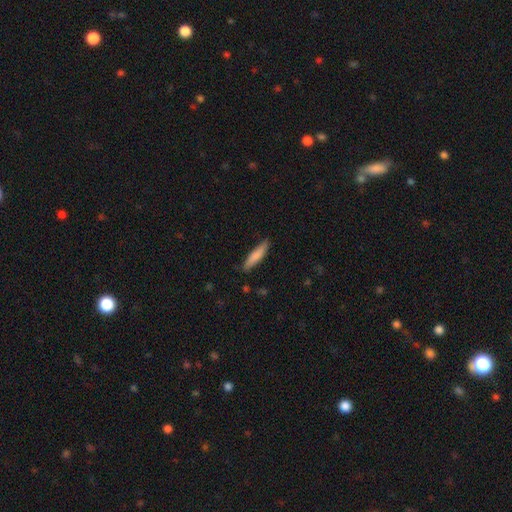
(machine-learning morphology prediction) Smooth or featured? Predicted: smooth (p=0.80). How rounded? Predicted: cigar-shaped (p=0.82). Merging? Predicted: none (p=0.85).